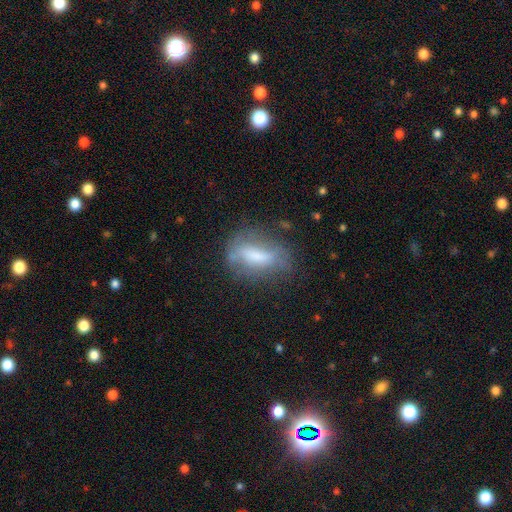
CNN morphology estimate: A smooth galaxy with no disk features (52%) that is in between round and cigar-shaped (66%). Merging: none (57%).